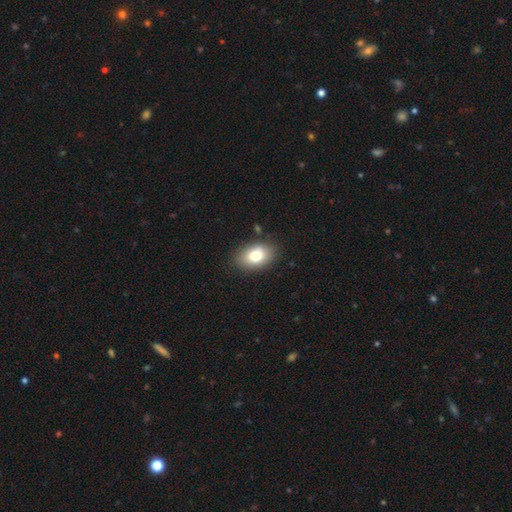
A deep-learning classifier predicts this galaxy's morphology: smooth-or-featured: smooth: 77% | featured or disk: 14% | star or artifact: 9%
  how-rounded: in between: 84% | round: 15% | cigar-shaped: 1%
  merging: none: 84% | minor disturbance: 11% | major disturbance: 3% | merger: 2%